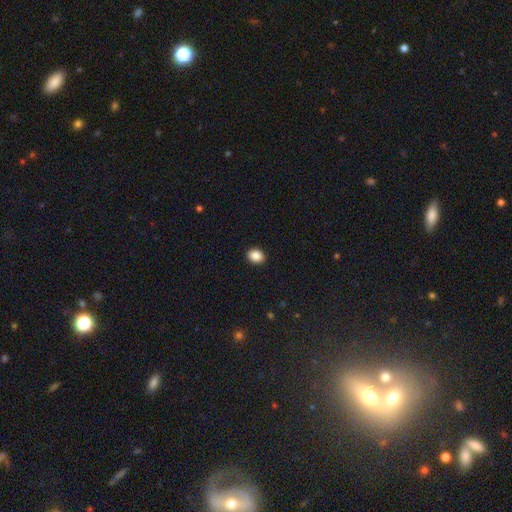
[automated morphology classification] Q: Smooth or featured?
A: smooth (88%); runner-up: star or artifact (9%)
Q: How rounded?
A: in between (50%); runner-up: round (49%)
Q: Merging?
A: none (92%); runner-up: minor disturbance (6%)